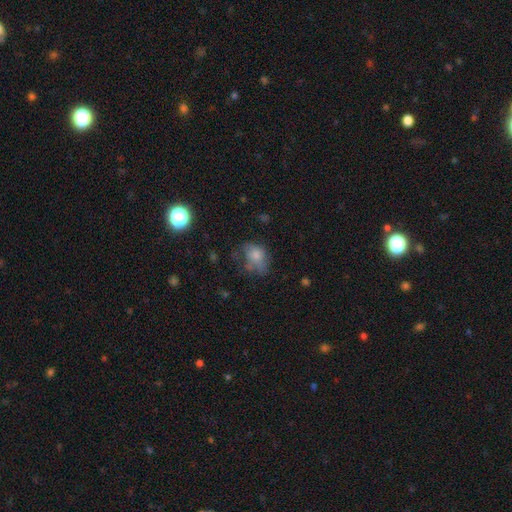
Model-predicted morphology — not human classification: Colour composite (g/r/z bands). It shows a smooth galaxy with no disk features (65%) that is in between round and cigar-shaped (69%). Merging: none (37%).